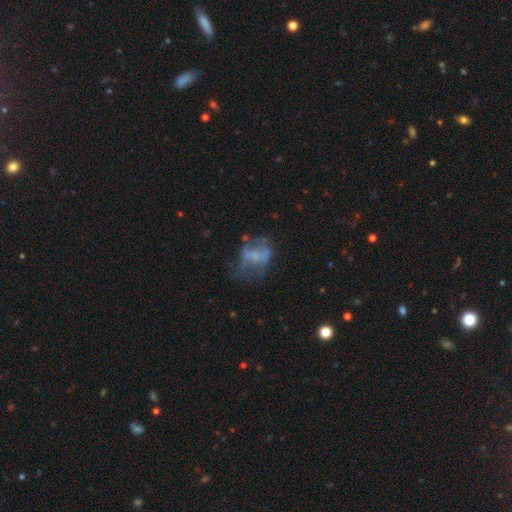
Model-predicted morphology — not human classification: A featured or disk galaxy (57%) with no bar (70%), no spiral arms (76%) and no central bulge (46%).

Vote fractions:
- Smooth or featured? featured or disk: 57% / smooth: 30% / star or artifact: 14%
- Edge-on disk? no: 97% / yes: 3%
- Bar? no: 70% / weak: 24% / strong: 6%
- Spiral arms? no: 76% / yes: 24%
- Bulge size? none: 46% / small: 31% / moderate: 19% / large: 3% / dominant: 1%
- Merging? none: 39% / major disturbance: 33% / minor disturbance: 22% / merger: 6%